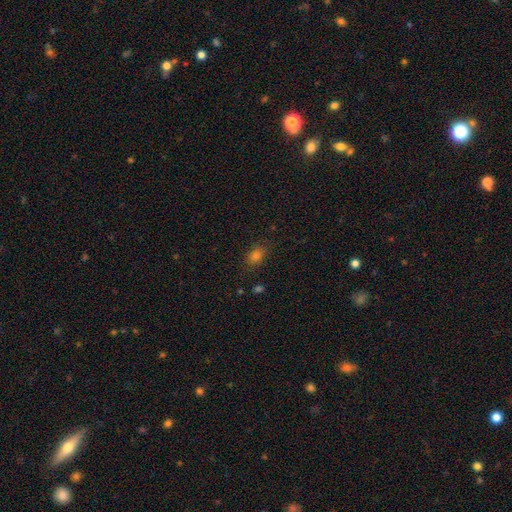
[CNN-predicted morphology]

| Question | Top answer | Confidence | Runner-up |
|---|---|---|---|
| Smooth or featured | smooth | 74% | star or artifact (20%) |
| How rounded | in between | 63% | round (36%) |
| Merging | none | 82% | minor disturbance (13%) |